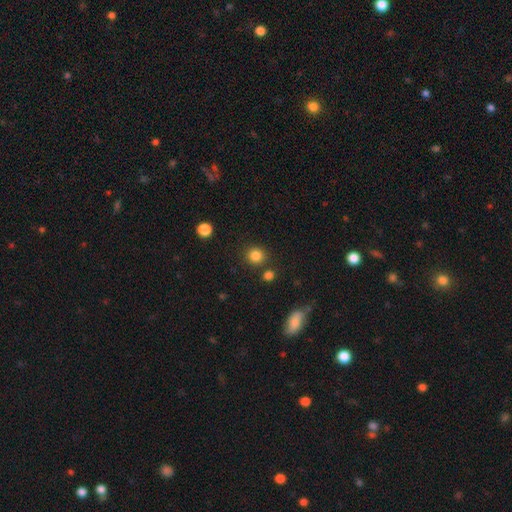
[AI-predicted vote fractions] Smooth or featured? Predicted: smooth (p=0.84). How rounded? Predicted: round (p=0.89). Merging? Predicted: none (p=0.83).